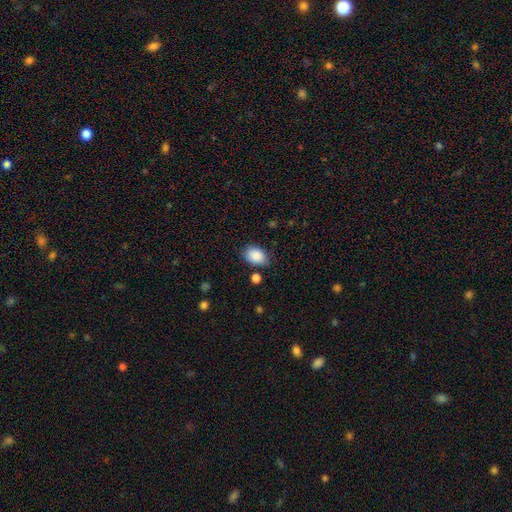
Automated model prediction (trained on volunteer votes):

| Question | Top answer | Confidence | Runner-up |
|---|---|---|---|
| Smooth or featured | smooth | 88% | star or artifact (7%) |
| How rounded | in between | 82% | round (17%) |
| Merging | none | 76% | minor disturbance (17%) |